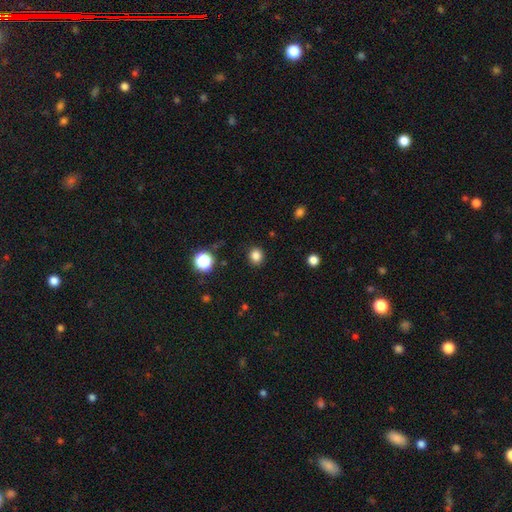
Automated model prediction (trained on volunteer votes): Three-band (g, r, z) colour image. It shows a smooth galaxy with no disk features (83%) that is round (82%). Merging: none (90%).